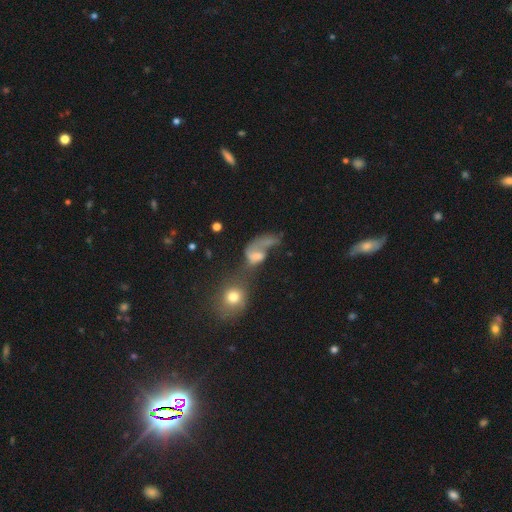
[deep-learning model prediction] featured or disk 48%, smooth 37%, star or artifact 14%. Down the decision tree: merging — merger (43%).